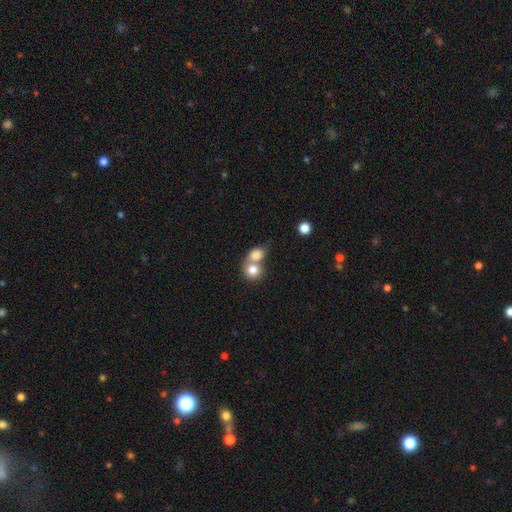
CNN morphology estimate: Smooth or featured: smooth — 79% (featured or disk — 12%)
How rounded: round — 63% (in between — 35%)
Merging: merger — 66% (none — 25%)